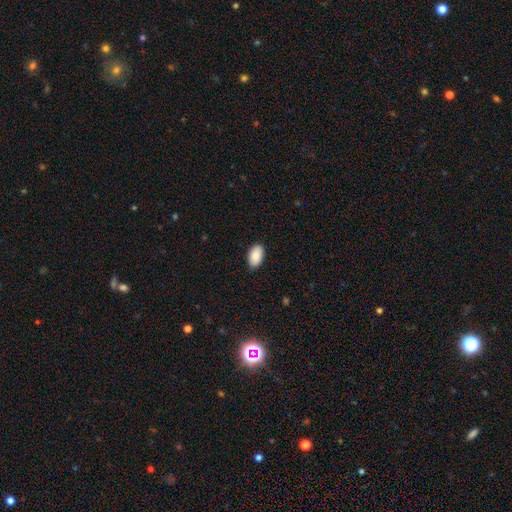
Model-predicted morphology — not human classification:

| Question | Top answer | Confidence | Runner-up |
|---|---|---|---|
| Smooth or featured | smooth | 89% | star or artifact (6%) |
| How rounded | in between | 93% | round (5%) |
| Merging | none | 86% | minor disturbance (11%) |